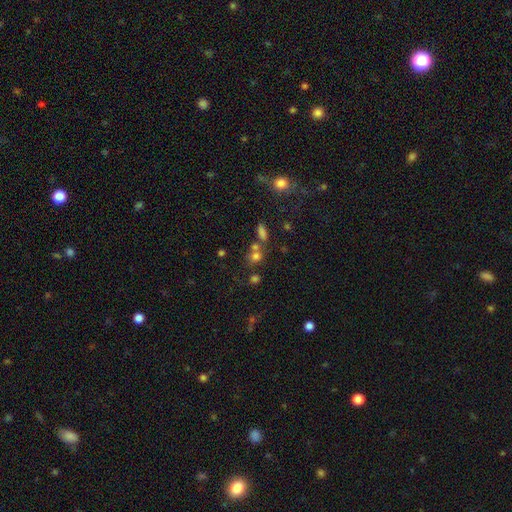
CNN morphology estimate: This is possibly a smooth galaxy (45%). Merging: possibly none (51%).